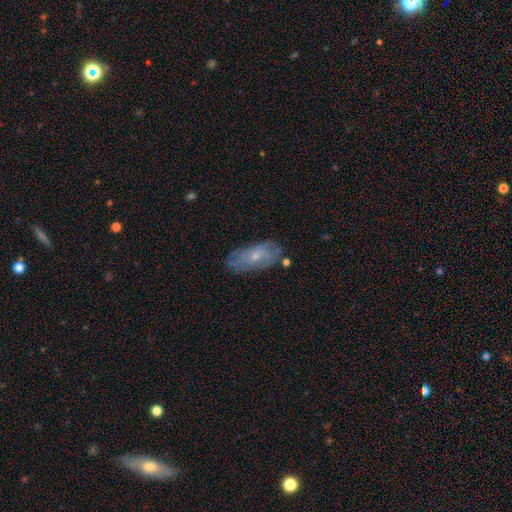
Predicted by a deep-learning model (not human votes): Smooth or featured?
  - featured or disk: 50% *
  - smooth: 42%
  - star or artifact: 8%
Edge-on disk?
  - no: 88% *
  - yes: 12%
Merging?
  - none: 69% *
  - minor disturbance: 21%
  - major disturbance: 6%
  - merger: 3%